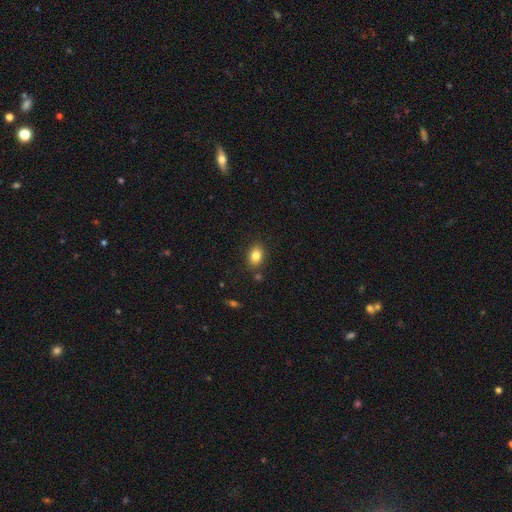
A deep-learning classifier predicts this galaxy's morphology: Q: Smooth or featured?
A: smooth (83%); runner-up: star or artifact (10%)
Q: How rounded?
A: in between (70%); runner-up: round (28%)
Q: Merging?
A: none (82%); runner-up: minor disturbance (10%)